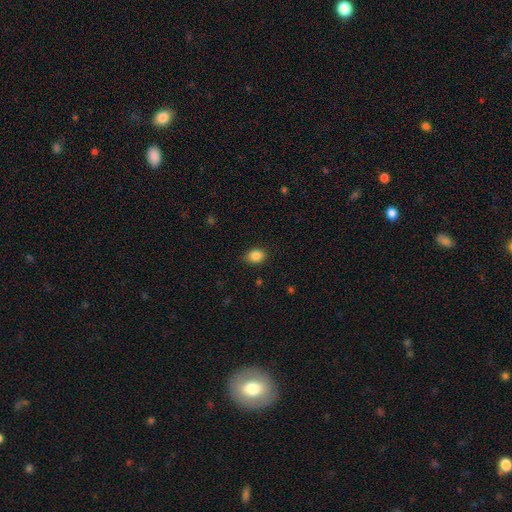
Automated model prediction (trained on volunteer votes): A smooth galaxy with no disk features (86%) that is in between round and cigar-shaped (65%). Merging: none (86%).